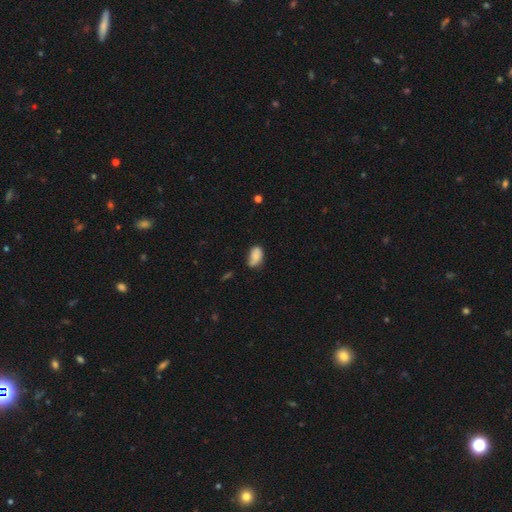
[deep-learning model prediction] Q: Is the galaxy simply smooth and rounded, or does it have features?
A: smooth — 78%.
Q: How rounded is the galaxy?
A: in between — 91%.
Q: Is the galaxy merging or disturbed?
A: none — 46%.